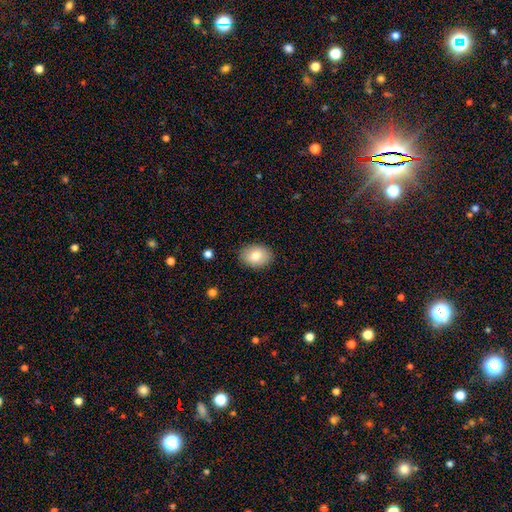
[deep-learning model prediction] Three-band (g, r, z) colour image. It shows a smooth galaxy with no disk features (82%) that is in between round and cigar-shaped (75%). Merging: none (88%).